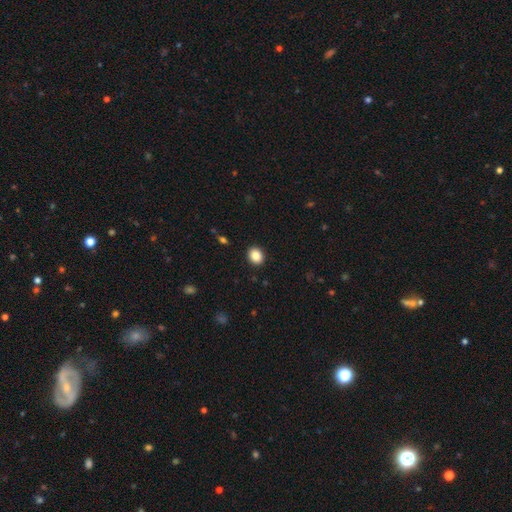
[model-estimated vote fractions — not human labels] Smooth or featured? Predicted: smooth (p=0.86). How rounded? Predicted: round (p=0.61). Merging? Predicted: none (p=0.92).